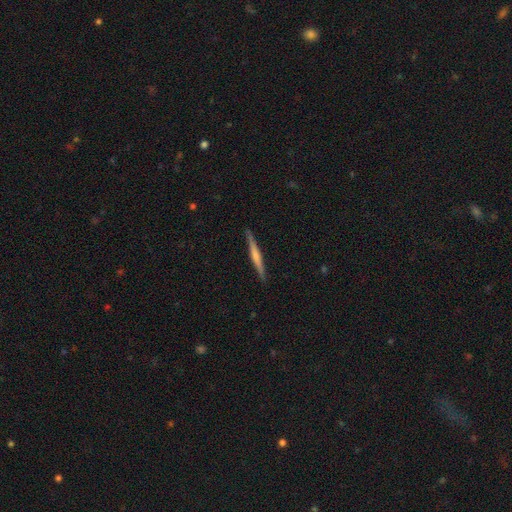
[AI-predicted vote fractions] Overall: featured or disk (52%; smooth 43%). Edge-on disk: yes (98%). Edge-on bulge: none (42%; rounded 41%). Merging: none (90%).